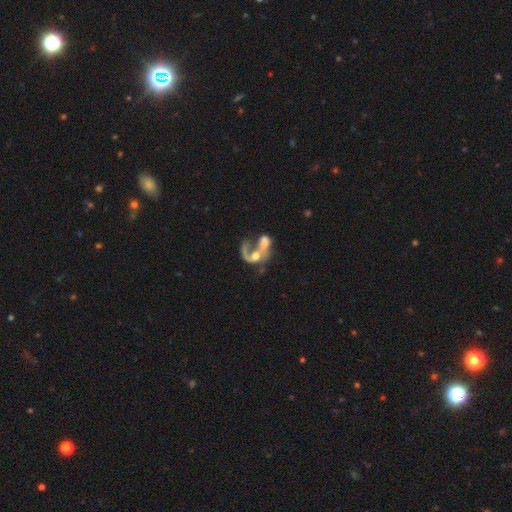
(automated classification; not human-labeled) Morphology: type=featured or disk (67%); edge-on=no (97%); bar=no (70%); spiral arms=yes (65%); bulge=moderate (49%); merging=merger (65%).